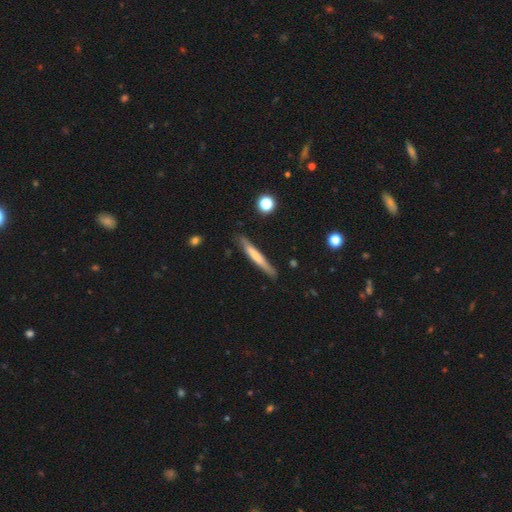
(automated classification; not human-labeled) This appears to be a smooth galaxy with no disk features (56%) that is cigar-shaped (95%). Merging: none (84%).